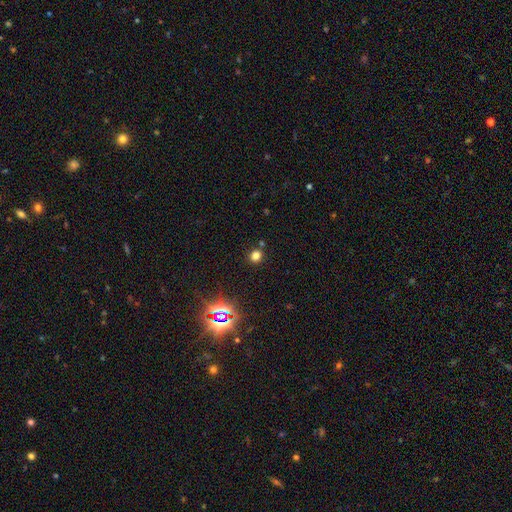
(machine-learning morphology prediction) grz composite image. It shows a smooth galaxy with no disk features (72%) that is round (85%). Merging: none (83%).